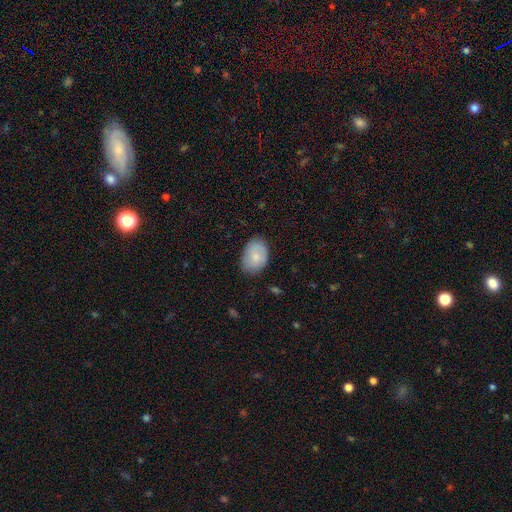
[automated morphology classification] This appears to be a smooth galaxy with no disk features (76%) that is in between round and cigar-shaped (79%). Merging: none (75%).